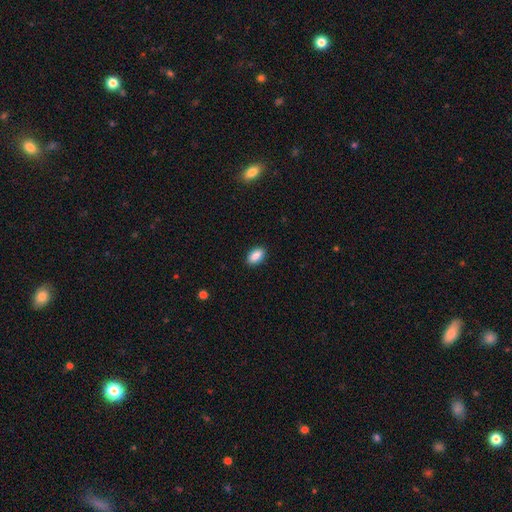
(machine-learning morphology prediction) Smooth or featured? smooth (89%)
How rounded? in between (92%)
Merging? none (89%)